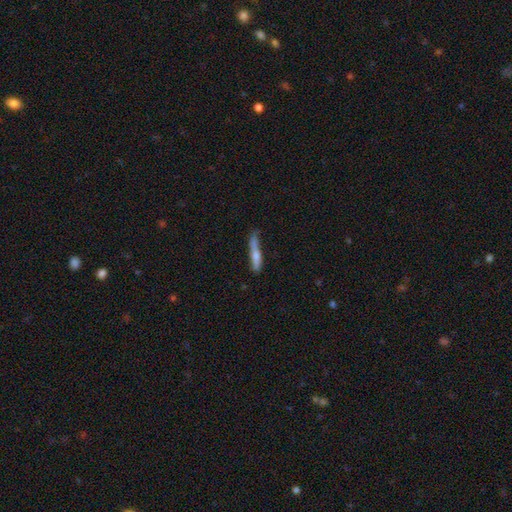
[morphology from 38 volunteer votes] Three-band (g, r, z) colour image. It shows a smooth galaxy with no disk features (50%, tied with featured or disk) that is cigar-shaped (100%). Merging: none (76%).